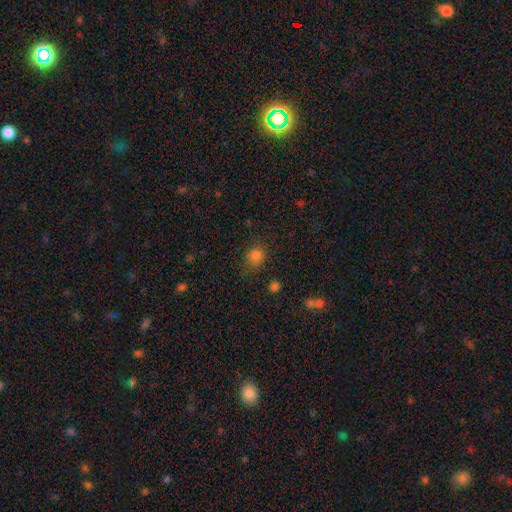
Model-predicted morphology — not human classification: smooth 80%, star or artifact 15%, featured or disk 5%. Down the decision tree: how rounded — round (74%); merging — none (74%).